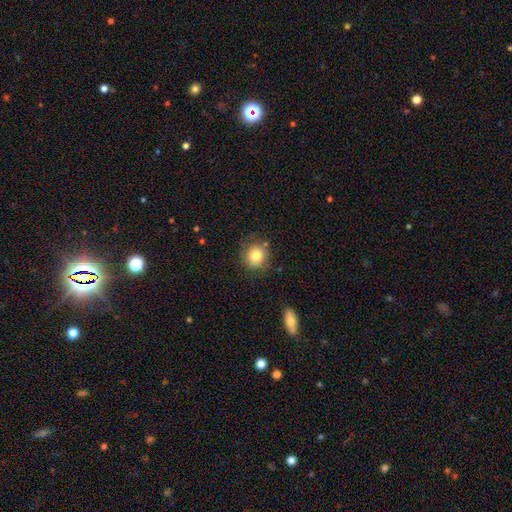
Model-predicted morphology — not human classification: smooth_or_featured: smooth (p=0.81) [alt: star or artifact p=0.10]
how_rounded: round (p=0.86) [alt: in between p=0.13]
merging: none (p=0.81) [alt: minor disturbance p=0.12]